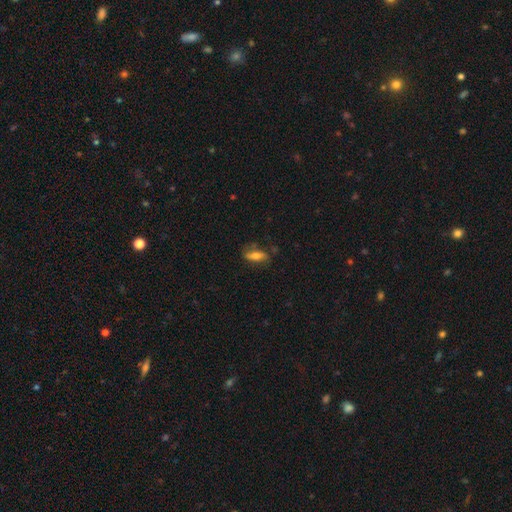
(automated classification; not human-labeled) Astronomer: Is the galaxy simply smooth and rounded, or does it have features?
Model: smooth — 55% (runner-up: featured or disk, 37%).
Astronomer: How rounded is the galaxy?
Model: in between — 56% (runner-up: cigar-shaped, 40%).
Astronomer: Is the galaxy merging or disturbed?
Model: none — 65%.